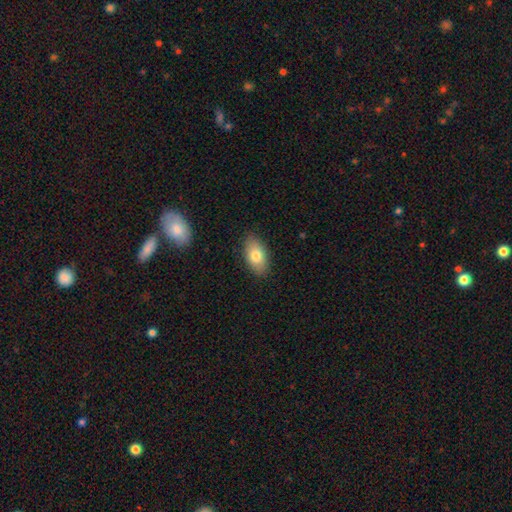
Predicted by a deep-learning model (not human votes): A smooth galaxy with no disk features (78%) that is in between round and cigar-shaped (92%).

Vote fractions:
- Smooth or featured? smooth: 78% / featured or disk: 15% / star or artifact: 7%
- How rounded? in between: 92% / round: 5% / cigar-shaped: 3%
- Merging? none: 87% / minor disturbance: 10% / major disturbance: 2% / merger: 1%